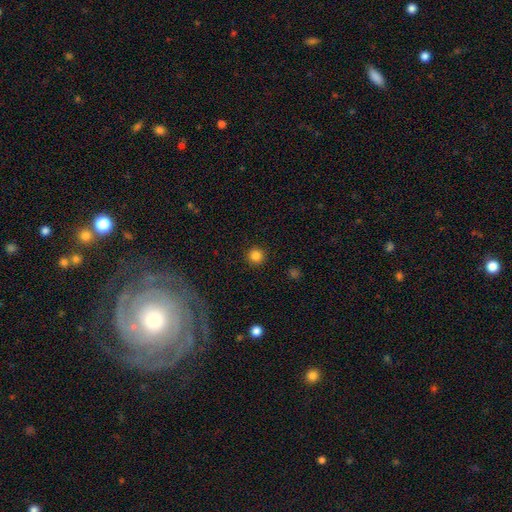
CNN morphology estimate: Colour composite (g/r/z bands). It shows a smooth galaxy with no disk features (84%) that is round (95%). Merging: none (91%).